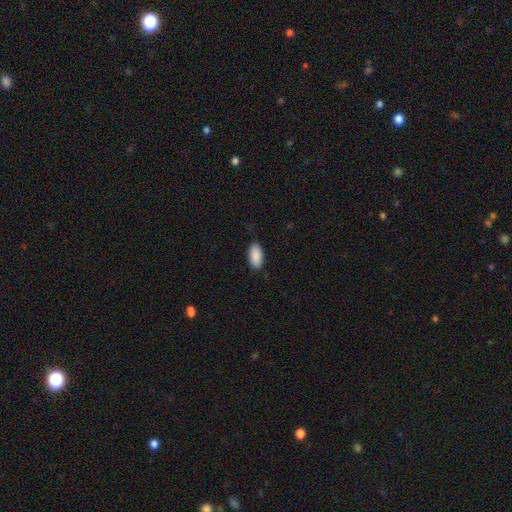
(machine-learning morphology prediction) This appears to be a smooth galaxy with no disk features (91%) that is in between round and cigar-shaped (94%). Merging: none (87%).